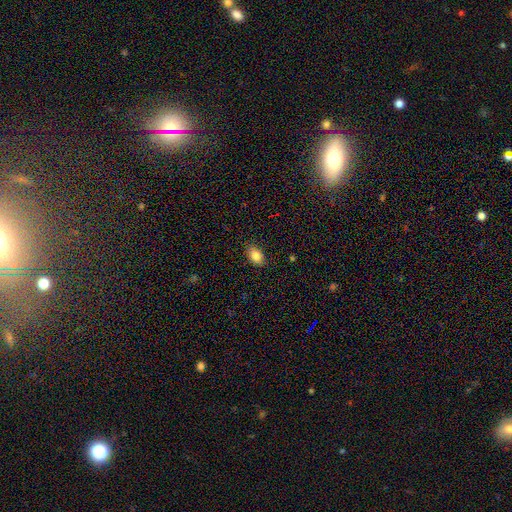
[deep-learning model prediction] Smooth or featured? Predicted: smooth (p=0.84). How rounded? Predicted: in between (p=0.85). Merging? Predicted: none (p=0.85).